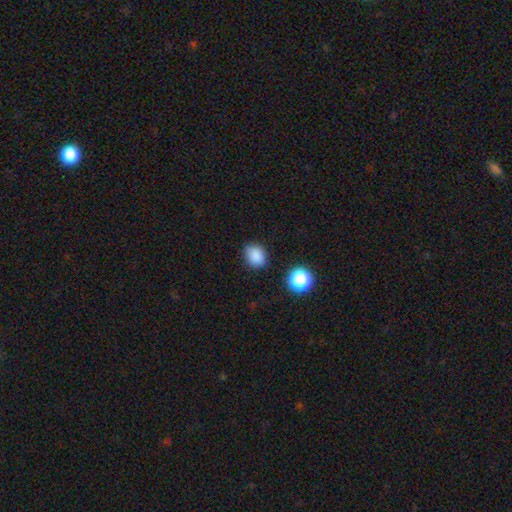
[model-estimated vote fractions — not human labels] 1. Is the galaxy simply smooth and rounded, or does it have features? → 85% smooth, 11% star or artifact, 4% featured or disk.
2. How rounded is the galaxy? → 52% round, 47% in between, 1% cigar-shaped.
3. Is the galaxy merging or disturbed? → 82% none, 13% minor disturbance, 3% major disturbance, 2% merger.